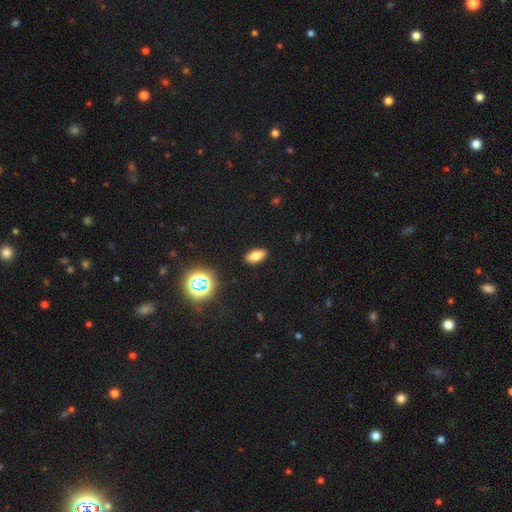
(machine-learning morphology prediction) The model was most divided on "smooth or featured": smooth: 72%, star or artifact: 16%, featured or disk: 13%. More confident: merging — none (90%); how rounded — in between (84%).